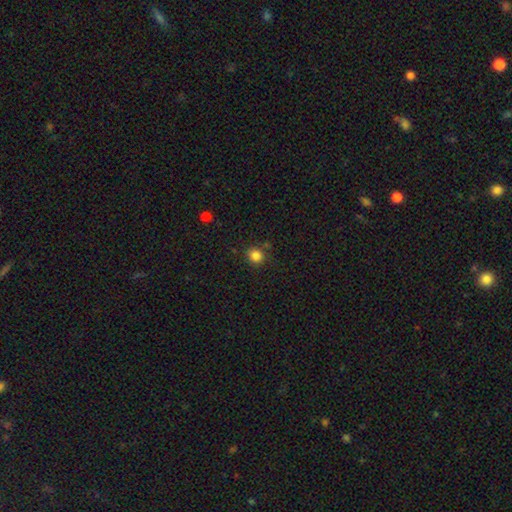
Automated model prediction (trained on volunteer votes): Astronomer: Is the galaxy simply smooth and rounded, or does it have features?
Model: smooth — 83%.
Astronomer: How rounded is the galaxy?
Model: round — 86%.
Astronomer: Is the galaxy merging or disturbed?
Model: none — 83%.